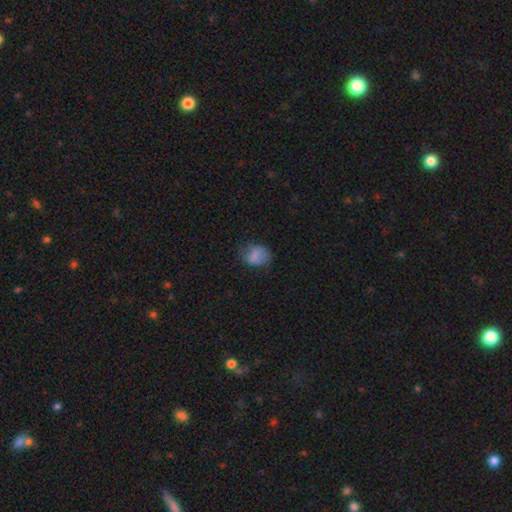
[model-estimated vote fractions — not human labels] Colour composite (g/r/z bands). It shows a smooth galaxy with no disk features (74%) that is in between round and cigar-shaped (53%). Merging: none (58%).